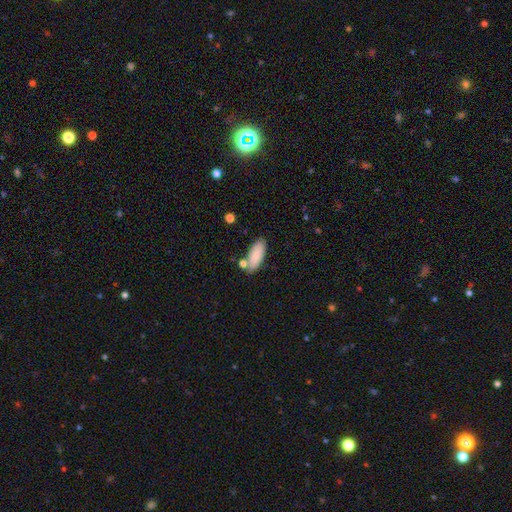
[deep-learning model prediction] smooth 87%, featured or disk 7%, star or artifact 6%. Down the decision tree: how rounded — in between (80%); merging — none (71%).